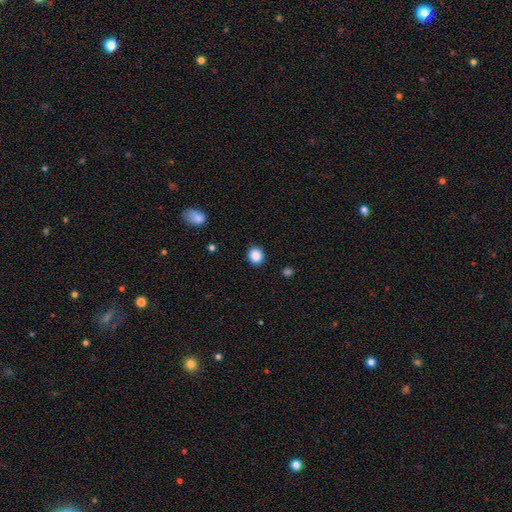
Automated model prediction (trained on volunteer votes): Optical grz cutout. It shows a smooth galaxy with no disk features (88%) that is round (82%). Merging: none (90%).